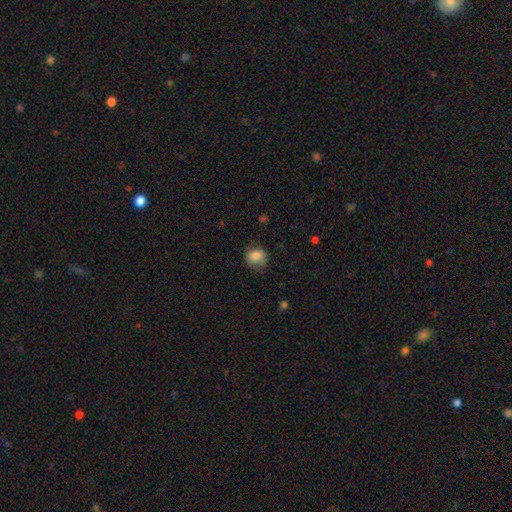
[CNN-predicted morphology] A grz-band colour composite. It shows a smooth galaxy with no disk features (82%) that is round (70%). Merging: none (67%).